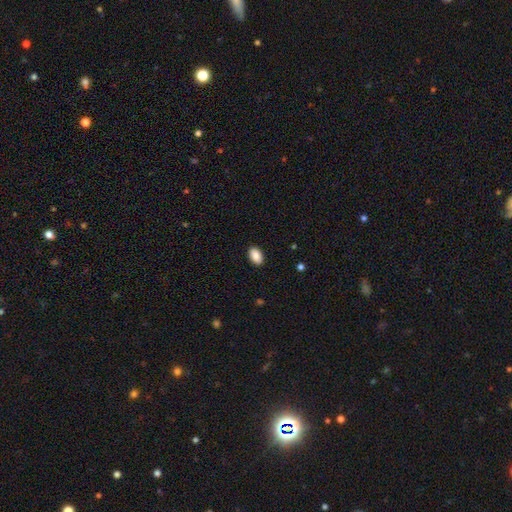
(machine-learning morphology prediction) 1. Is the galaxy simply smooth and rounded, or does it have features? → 88% smooth, 7% star or artifact, 5% featured or disk.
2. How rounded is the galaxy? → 91% in between, 7% round, 1% cigar-shaped.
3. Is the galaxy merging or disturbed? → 89% none, 8% minor disturbance, 2% major disturbance, 1% merger.